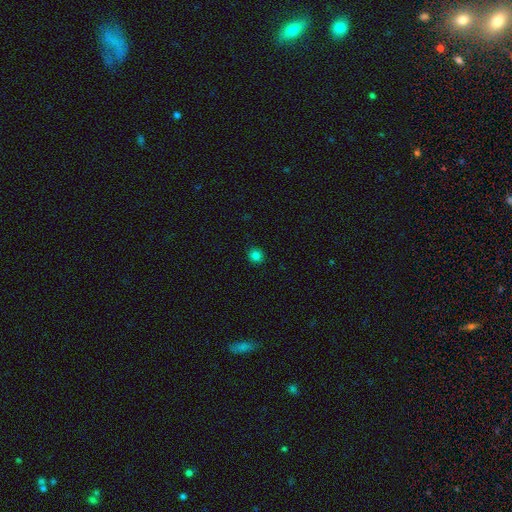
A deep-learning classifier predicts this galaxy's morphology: Q: Smooth or featured?
A: smooth (82%); runner-up: star or artifact (14%)
Q: How rounded?
A: round (90%); runner-up: in between (9%)
Q: Merging?
A: none (92%); runner-up: minor disturbance (6%)